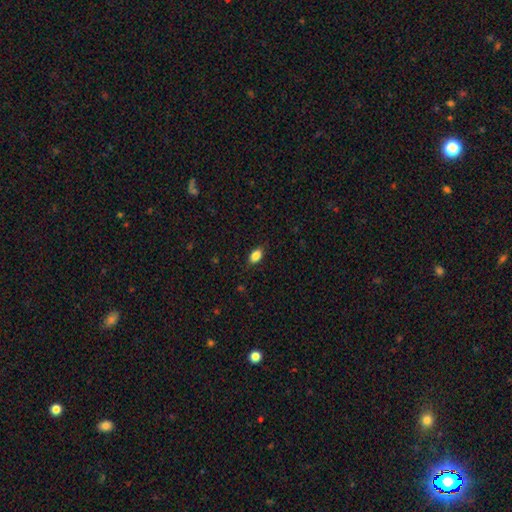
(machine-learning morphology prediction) Smooth or featured: smooth — 86% (star or artifact — 8%)
How rounded: in between — 89% (round — 8%)
Merging: none — 86% (minor disturbance — 11%)